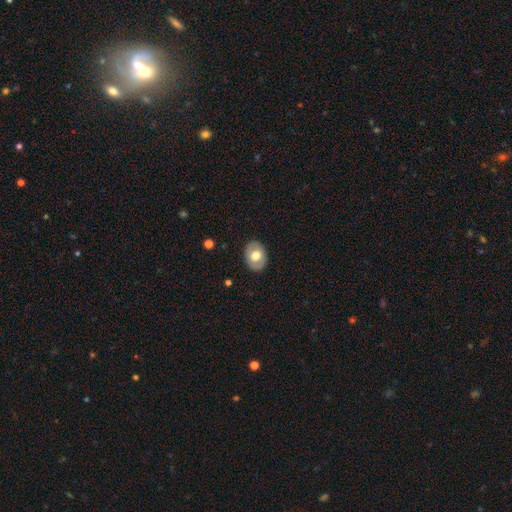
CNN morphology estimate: Smooth or featured: smooth — 62% (featured or disk — 31%)
How rounded: in between — 70% (round — 29%)
Merging: none — 87% (minor disturbance — 10%)